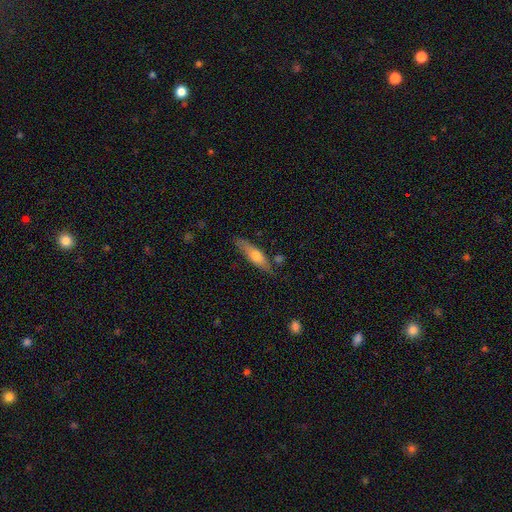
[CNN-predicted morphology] smooth_or_featured: smooth (p=0.59) [alt: featured or disk p=0.35]
how_rounded: cigar-shaped (p=0.62) [alt: in between p=0.36]
merging: none (p=0.73) [alt: minor disturbance p=0.18]